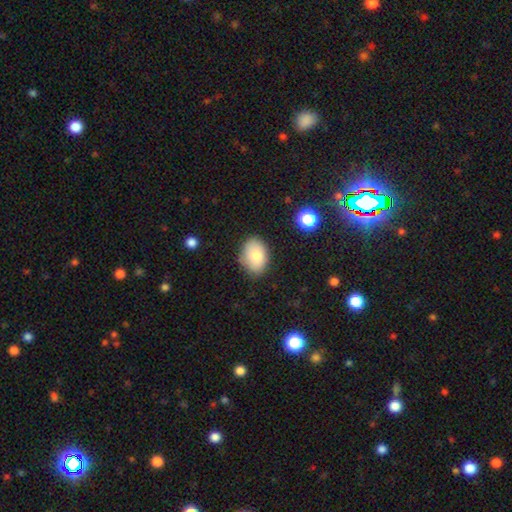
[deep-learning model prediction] Smooth or featured: smooth — 79% (featured or disk — 13%)
How rounded: in between — 75% (round — 24%)
Merging: none — 80% (minor disturbance — 15%)